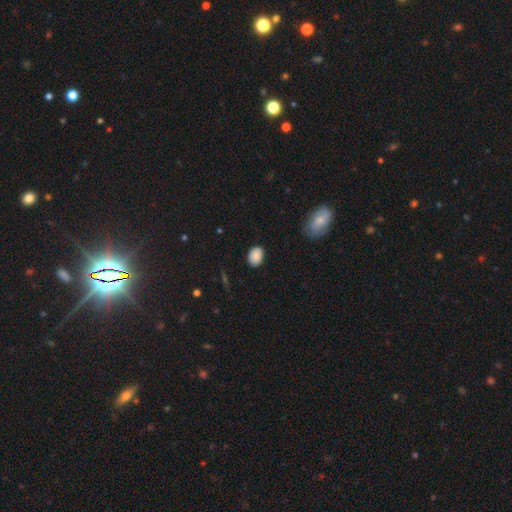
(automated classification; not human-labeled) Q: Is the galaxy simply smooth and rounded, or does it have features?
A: smooth — 87%.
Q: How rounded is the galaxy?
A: in between — 75%.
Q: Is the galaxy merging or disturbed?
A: none — 84%.